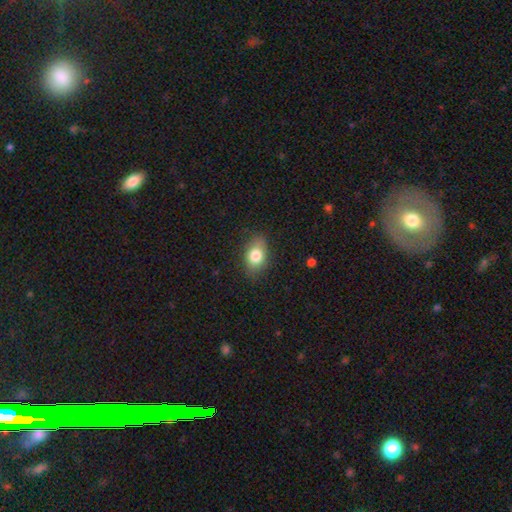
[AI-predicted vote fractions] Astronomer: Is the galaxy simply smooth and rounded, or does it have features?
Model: smooth — 78%.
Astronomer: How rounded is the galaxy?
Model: in between — 81%.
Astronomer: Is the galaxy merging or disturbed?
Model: none — 79%.